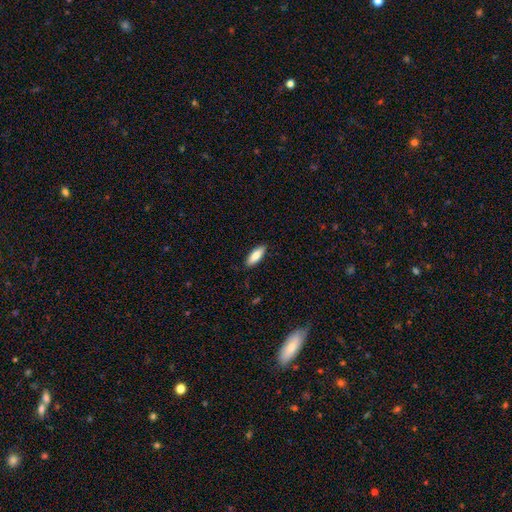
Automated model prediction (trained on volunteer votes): Morphology: type=smooth (83%); roundness=in between (67%); merging=none (87%).